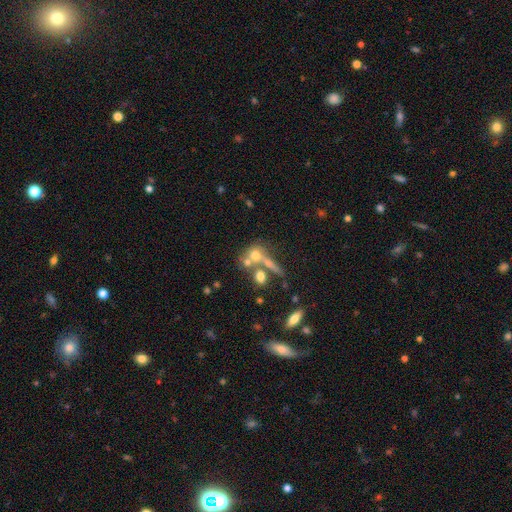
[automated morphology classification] Smooth or featured: smooth — 55% (featured or disk — 30%)
How rounded: round — 56% (in between — 34%)
Merging: merger — 45% (none — 37%)